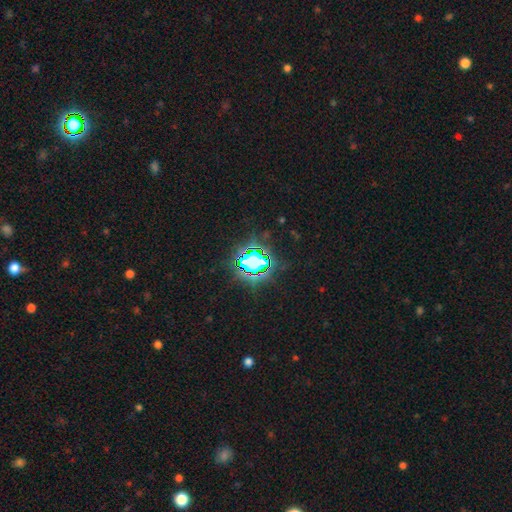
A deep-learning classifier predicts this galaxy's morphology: Smooth or featured?
  - star or artifact: 79% *
  - smooth: 14%
  - featured or disk: 7%